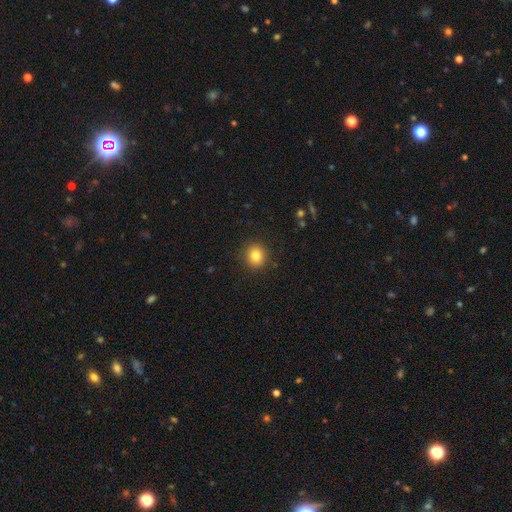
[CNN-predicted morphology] smooth-or-featured: smooth: 82% | star or artifact: 11% | featured or disk: 7%
  how-rounded: round: 86% | in between: 13% | cigar-shaped: 1%
  merging: none: 90% | minor disturbance: 7% | major disturbance: 2% | merger: 1%